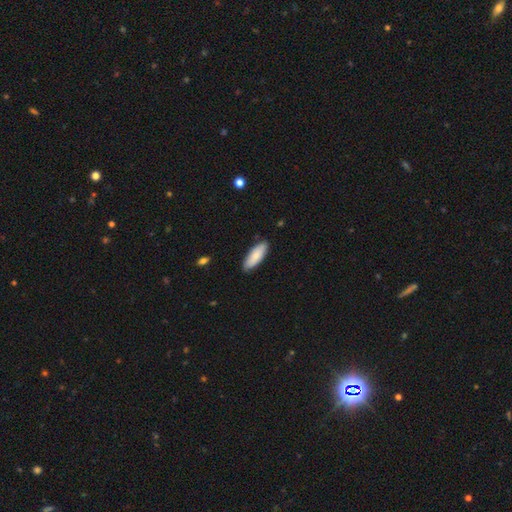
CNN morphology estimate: A smooth galaxy with no disk features (85%) that is in between round and cigar-shaped (66%). Merging: none (87%).